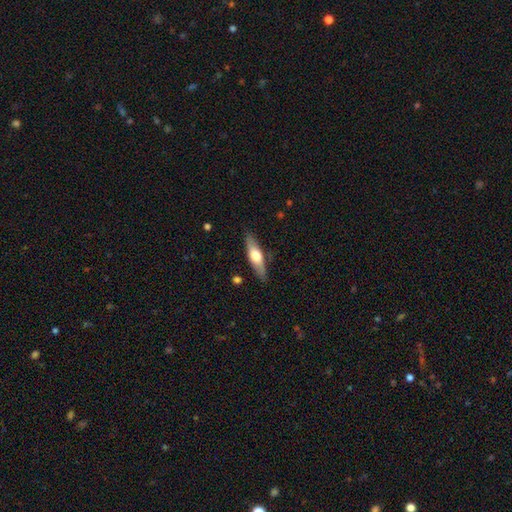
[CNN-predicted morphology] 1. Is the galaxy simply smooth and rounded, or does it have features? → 49% featured or disk, 45% smooth, 5% star or artifact.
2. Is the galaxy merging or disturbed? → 85% none, 11% minor disturbance, 2% major disturbance, 1% merger.